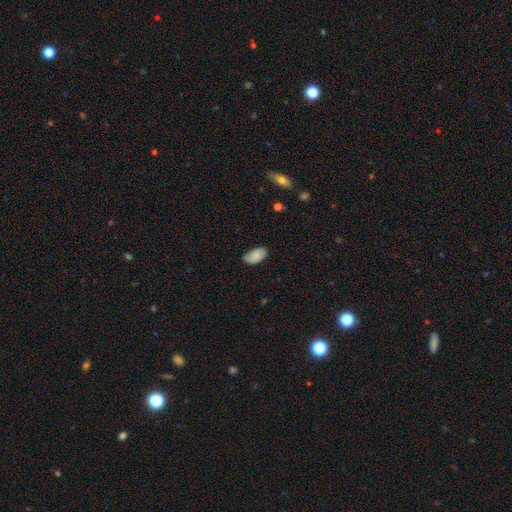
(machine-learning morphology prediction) Smooth or featured? smooth (73%)
How rounded? in between (94%)
Merging? none (74%)